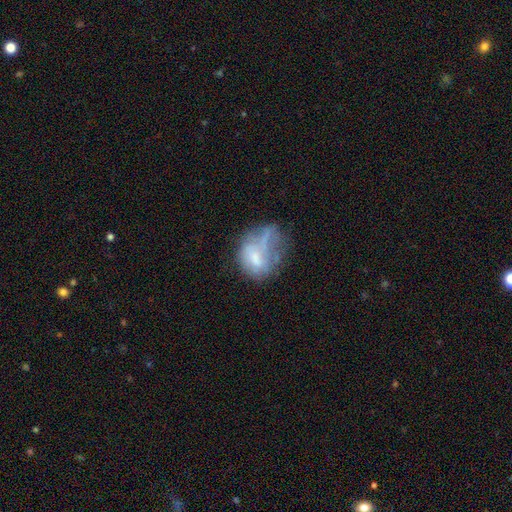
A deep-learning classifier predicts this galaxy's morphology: Smooth or featured? featured or disk (45%)
Merging? major disturbance (38%)